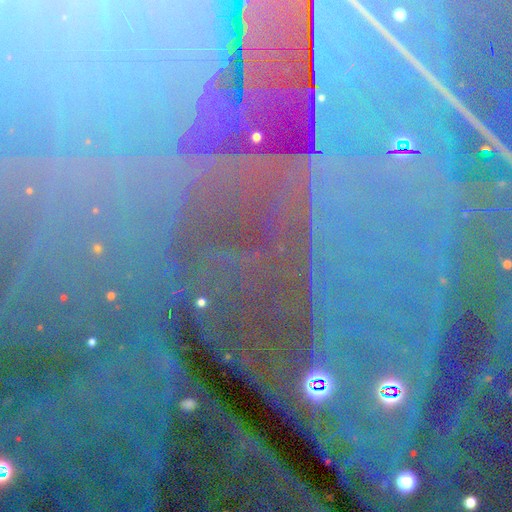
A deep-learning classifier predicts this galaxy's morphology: Smooth or featured? star or artifact (85%)